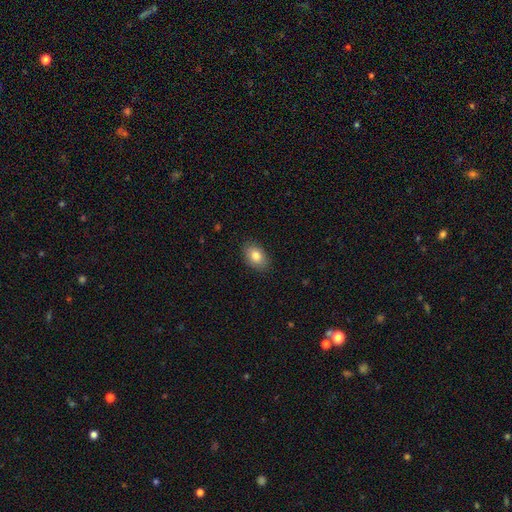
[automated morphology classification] Smooth or featured?
  - smooth: 82% *
  - featured or disk: 10%
  - star or artifact: 8%
How rounded?
  - in between: 86% *
  - round: 13%
  - cigar-shaped: 1%
Merging?
  - none: 87% *
  - minor disturbance: 10%
  - major disturbance: 2%
  - merger: 1%